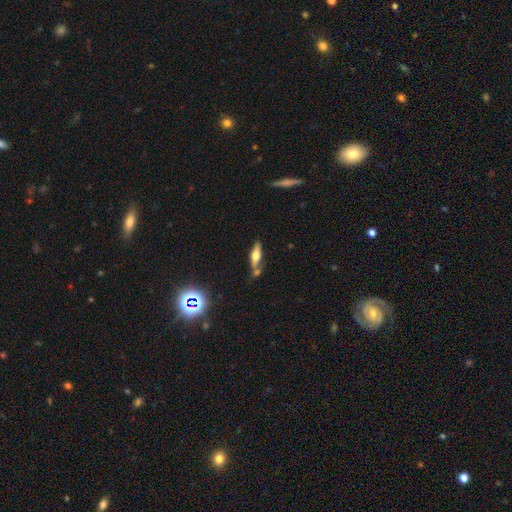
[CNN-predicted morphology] type=featured or disk (51%); edge-on=yes (88%); merging=none (61%).